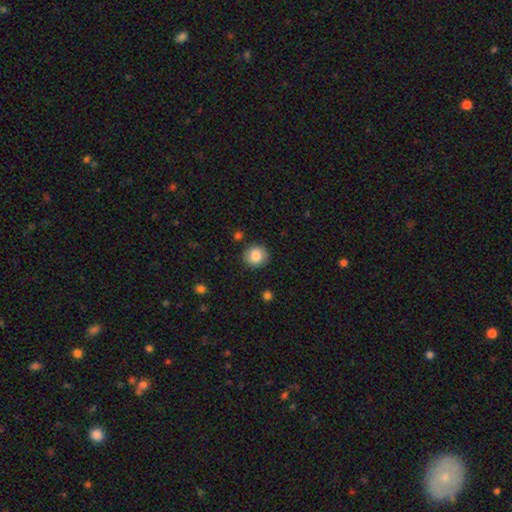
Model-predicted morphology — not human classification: A smooth galaxy with no disk features (83%) that is round (86%).

Vote fractions:
- Smooth or featured? smooth: 83% / star or artifact: 9% / featured or disk: 8%
- How rounded? round: 86% / in between: 13% / cigar-shaped: 1%
- Merging? none: 88% / minor disturbance: 8% / major disturbance: 2% / merger: 2%